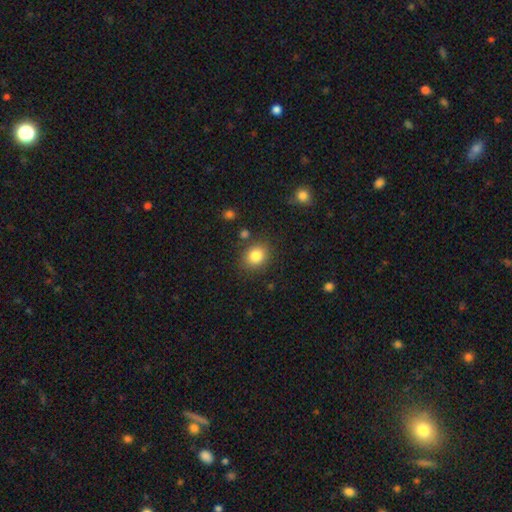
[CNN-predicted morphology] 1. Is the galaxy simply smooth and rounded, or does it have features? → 83% smooth, 10% star or artifact, 7% featured or disk.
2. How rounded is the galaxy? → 65% round, 34% in between, 1% cigar-shaped.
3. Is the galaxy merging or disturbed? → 82% none, 11% minor disturbance, 4% merger, 3% major disturbance.